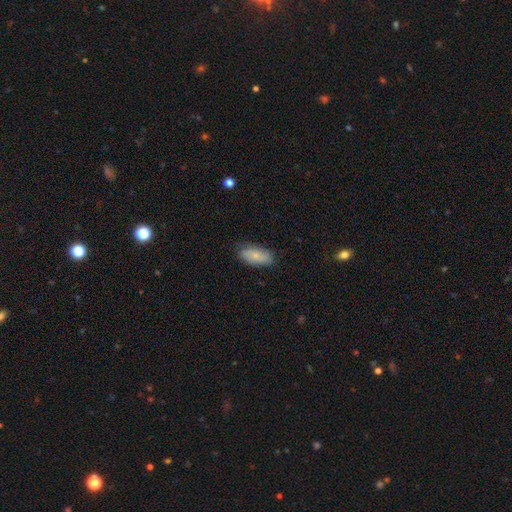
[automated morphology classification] smooth-or-featured: smooth: 75% | featured or disk: 19% | star or artifact: 6%
  how-rounded: in between: 87% | cigar-shaped: 10% | round: 3%
  merging: none: 78% | minor disturbance: 18% | major disturbance: 3% | merger: 1%